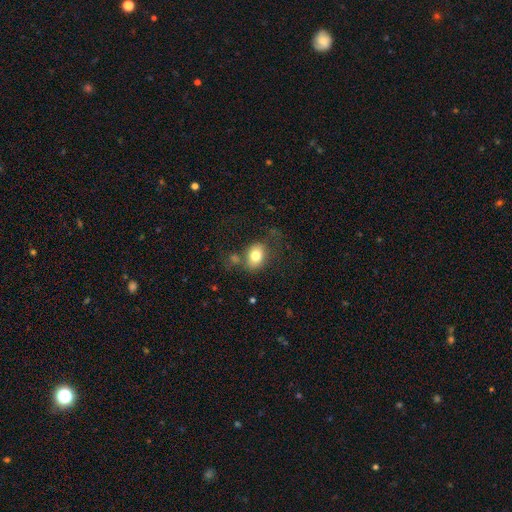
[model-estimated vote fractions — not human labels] A smooth galaxy with no disk features (78%) that is in between round and cigar-shaped (69%).

Vote fractions:
- Smooth or featured? smooth: 78% / featured or disk: 13% / star or artifact: 9%
- How rounded? in between: 69% / round: 30% / cigar-shaped: 1%
- Merging? none: 61% / minor disturbance: 19% / merger: 10% / major disturbance: 10%